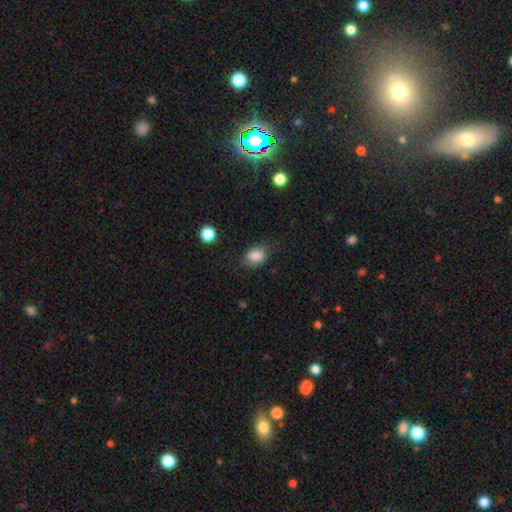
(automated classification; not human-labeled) smooth-or-featured: smooth: 84% | star or artifact: 9% | featured or disk: 7%
  how-rounded: in between: 71% | round: 27% | cigar-shaped: 1%
  merging: none: 67% | minor disturbance: 23% | major disturbance: 8% | merger: 2%